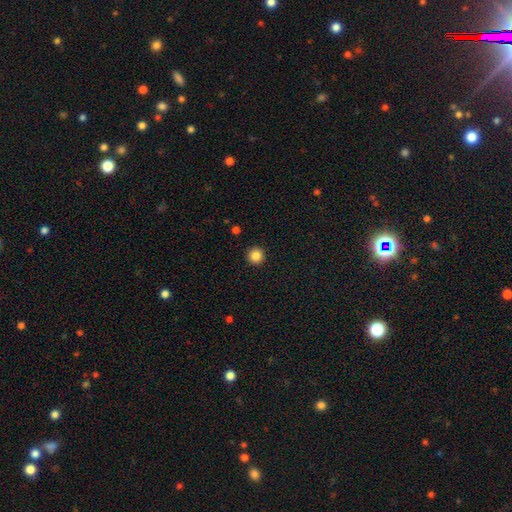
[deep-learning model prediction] Q: Smooth or featured?
A: smooth (85%); runner-up: star or artifact (10%)
Q: How rounded?
A: round (96%); runner-up: in between (3%)
Q: Merging?
A: none (94%); runner-up: minor disturbance (4%)